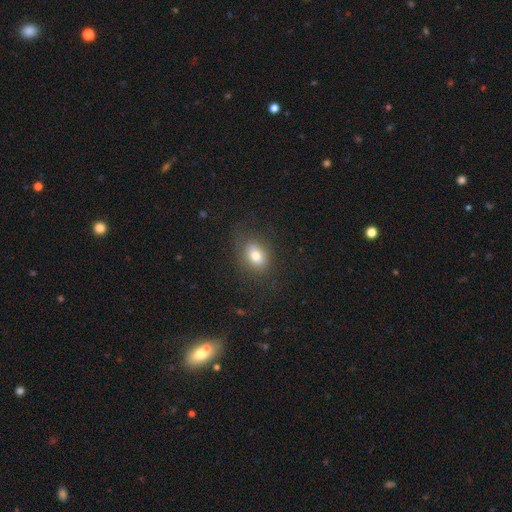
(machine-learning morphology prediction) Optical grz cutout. It shows a smooth galaxy with no disk features (76%) that is in between round and cigar-shaped (73%). Merging: none (77%).